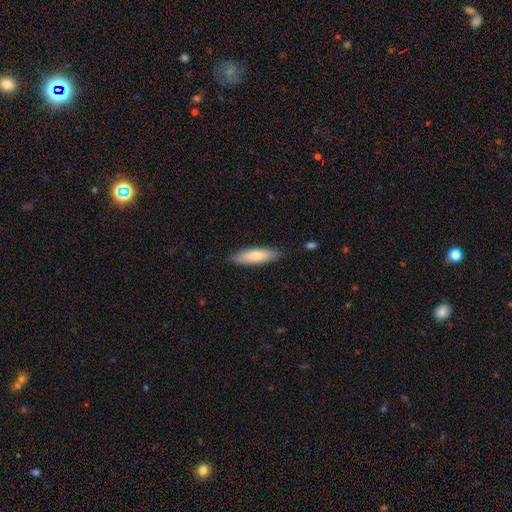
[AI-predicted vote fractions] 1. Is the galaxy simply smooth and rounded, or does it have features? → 77% smooth, 18% featured or disk, 5% star or artifact.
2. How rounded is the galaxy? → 62% cigar-shaped, 36% in between, 1% round.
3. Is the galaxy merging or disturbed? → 87% none, 10% minor disturbance, 2% major disturbance, 1% merger.